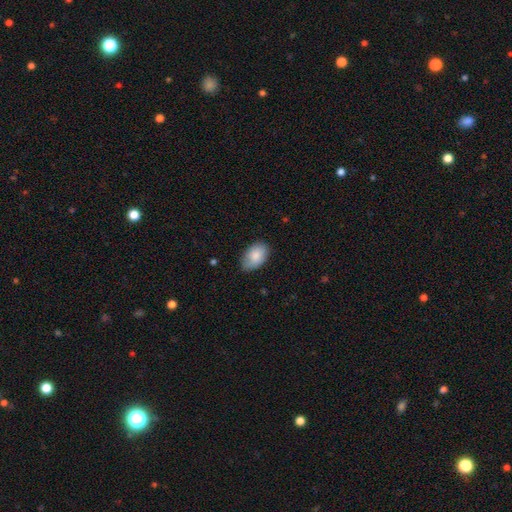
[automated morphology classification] A smooth galaxy with no disk features (85%) that is in between round and cigar-shaped (92%).

Vote fractions:
- Smooth or featured? smooth: 85% / featured or disk: 8% / star or artifact: 6%
- How rounded? in between: 92% / round: 7% / cigar-shaped: 1%
- Merging? none: 78% / minor disturbance: 18% / major disturbance: 3% / merger: 1%